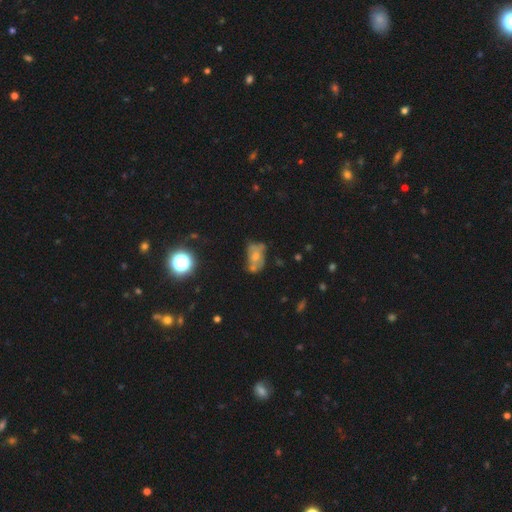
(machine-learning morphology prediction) Smooth or featured? featured or disk (43%)
Merging? none (37%)